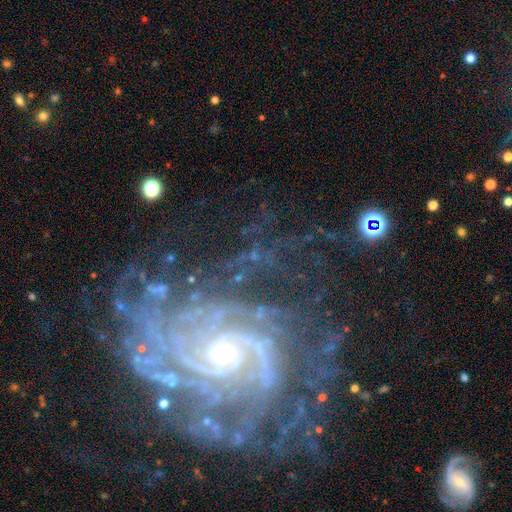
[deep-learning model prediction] Morphology: type=featured or disk (78%); edge-on=no (96%); bar=no (62%); spiral arms=yes (95%); winding=tight (63%); arm count=can't tell (25%); bulge=small (63%); merging=none (64%).